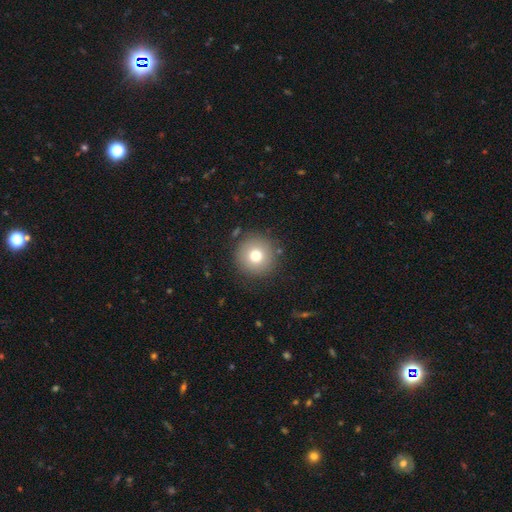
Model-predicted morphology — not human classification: Smooth or featured? smooth (74%)
How rounded? round (96%)
Merging? none (88%)